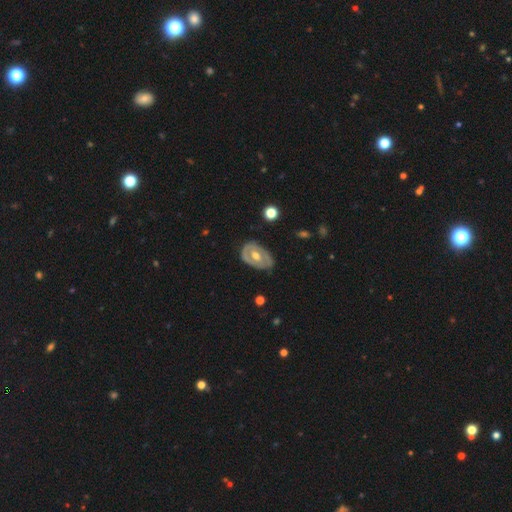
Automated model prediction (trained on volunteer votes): A featured or disk galaxy (66%) with no bar (57%), no spiral arms (58%) and a moderate central bulge (76%). Merging: none (67%).